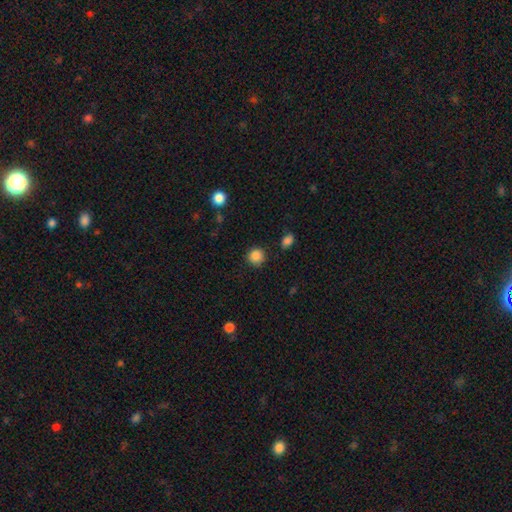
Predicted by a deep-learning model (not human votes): The model was most divided on "merging": none: 84%, minor disturbance: 10%, major disturbance: 3%, merger: 2%. More confident: how rounded — round (91%); smooth or featured — smooth (86%).